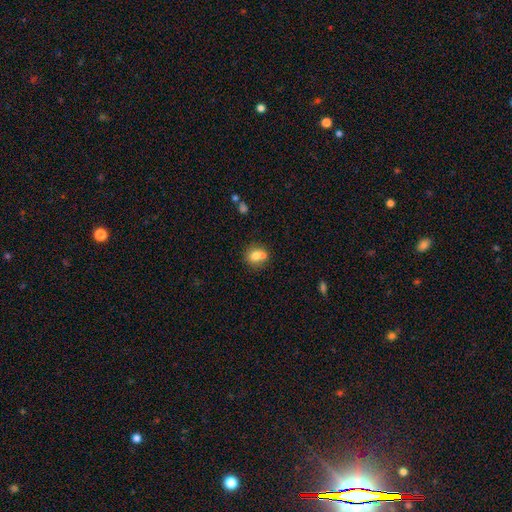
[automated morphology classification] A smooth galaxy with no disk features (73%) that is round (70%). Merging: none (44%).